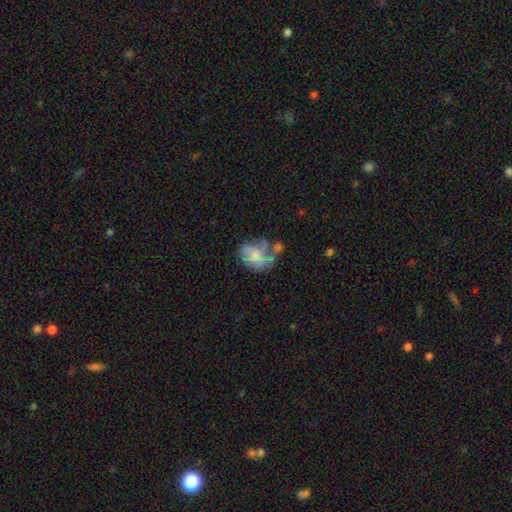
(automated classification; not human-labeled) A smooth galaxy with no disk features (52%) that is in between round and cigar-shaped (66%). Merging: none (31%).